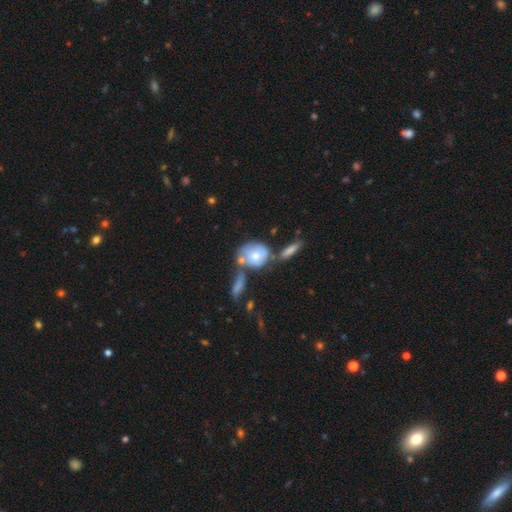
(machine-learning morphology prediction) A smooth galaxy with no disk features (63%) that is round (56%).

Vote fractions:
- Smooth or featured? smooth: 63% / featured or disk: 30% / star or artifact: 7%
- How rounded? round: 56% / in between: 41% / cigar-shaped: 3%
- Merging? merger: 38% / none: 34% / minor disturbance: 18% / major disturbance: 10%